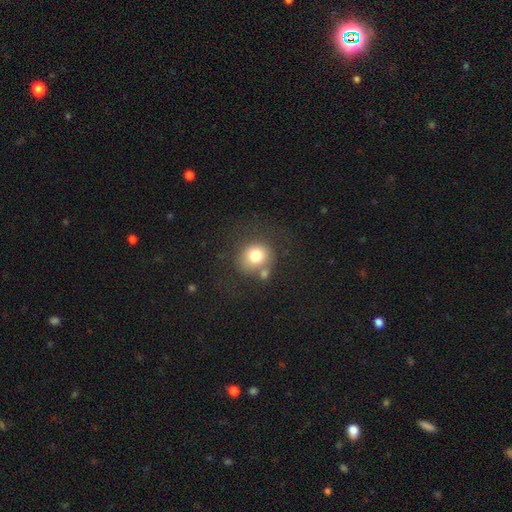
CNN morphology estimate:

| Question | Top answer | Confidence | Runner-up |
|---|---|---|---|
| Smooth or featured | smooth | 75% | featured or disk (14%) |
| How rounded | round | 80% | in between (19%) |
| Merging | none | 57% | merger (19%) |